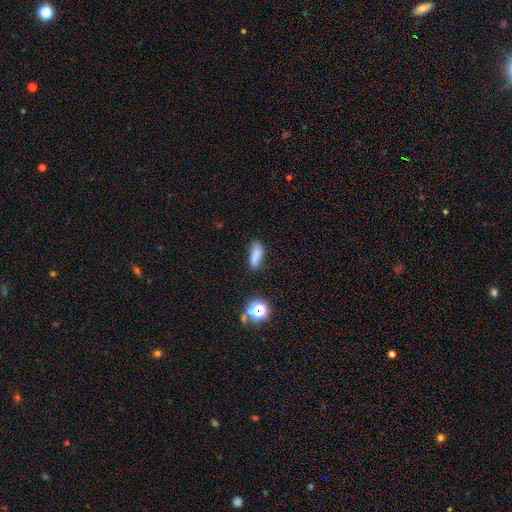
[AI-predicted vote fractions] The model was most divided on "merging": none: 57%, minor disturbance: 24%, merger: 10%, major disturbance: 9%. More confident: smooth or featured — smooth (73%); how rounded — in between (65%).